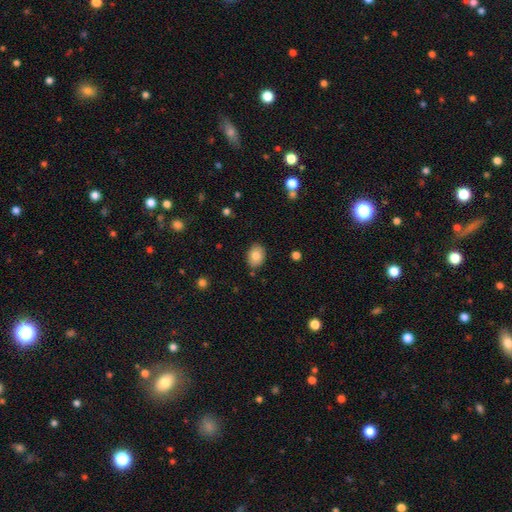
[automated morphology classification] Smooth or featured?
  - smooth: 83% *
  - featured or disk: 9%
  - star or artifact: 8%
How rounded?
  - in between: 72% *
  - round: 27%
  - cigar-shaped: 1%
Merging?
  - none: 85% *
  - minor disturbance: 11%
  - major disturbance: 2%
  - merger: 2%